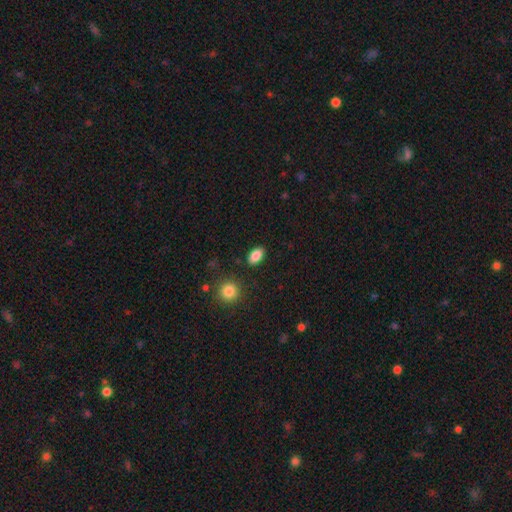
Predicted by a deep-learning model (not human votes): Overall: smooth (86%). How rounded: in between (90%). Merging: none (87%).